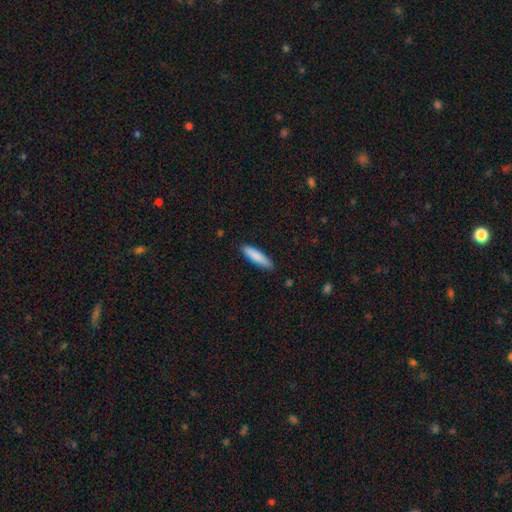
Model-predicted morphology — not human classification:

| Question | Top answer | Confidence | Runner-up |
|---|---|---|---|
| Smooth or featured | smooth | 85% | featured or disk (9%) |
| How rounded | cigar-shaped | 73% | in between (26%) |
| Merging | none | 83% | minor disturbance (14%) |